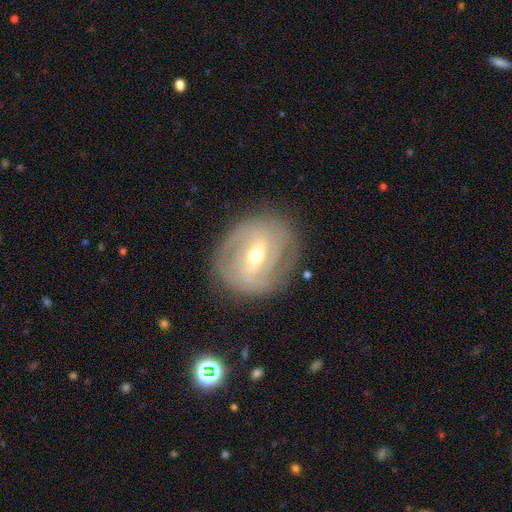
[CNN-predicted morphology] A featured or disk galaxy (77%) with a weak bar (42%), 2 (45%) tight (61%) spiral arms (75%) and a moderate central bulge (52%).

Vote fractions:
- Smooth or featured? featured or disk: 77% / smooth: 16% / star or artifact: 6%
- Edge-on disk? no: 94% / yes: 6%
- Bar? weak: 42% / strong: 39% / no: 19%
- Spiral arms? yes: 75% / no: 25%
- Spiral winding? tight: 61% / medium: 28% / loose: 11%
- Spiral arm count? 2: 45% / can't tell: 34% / 3: 10% / 1: 4% / 4: 4% / more than 4: 3%
- Bulge size? moderate: 52% / small: 44% / large: 2% / dominant: 1% / none: 1%
- Merging? none: 79% / minor disturbance: 14% / major disturbance: 6% / merger: 1%